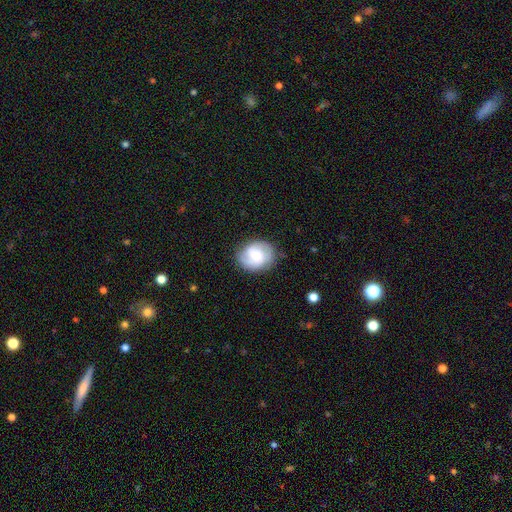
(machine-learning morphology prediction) The model was most divided on "bulge size": moderate: 40%, small: 36%, large: 14%, none: 8%, dominant: 3%. More confident: edge-on disk — no (98%); spiral arms — yes (88%); merging — none (76%); smooth or featured — featured or disk (57%); bar — no (50%).